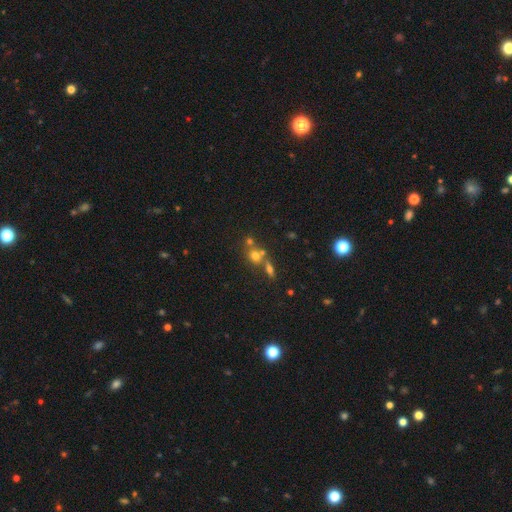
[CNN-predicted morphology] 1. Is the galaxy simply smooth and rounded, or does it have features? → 61% smooth, 21% star or artifact, 18% featured or disk.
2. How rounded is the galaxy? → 77% round, 21% in between, 2% cigar-shaped.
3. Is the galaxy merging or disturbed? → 45% merger, 42% none, 8% minor disturbance, 5% major disturbance.